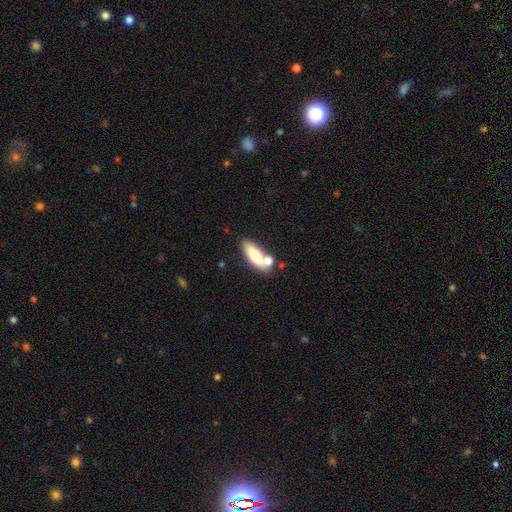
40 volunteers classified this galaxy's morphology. Smooth or featured? 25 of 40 (62%) said smooth. How rounded? 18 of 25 (72%) said in between. Merging? 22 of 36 (61%) said none.